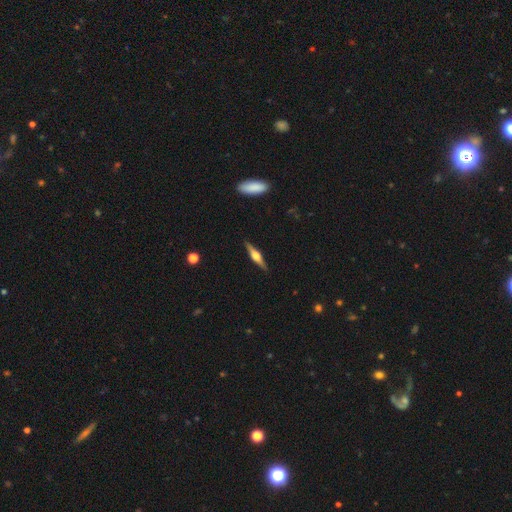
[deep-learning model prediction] This is likely a featured or disk galaxy (71%). It is clearly viewed edge-on (97%). Edge-on bulge: clearly rounded (91%). Merging: clearly none (90%).